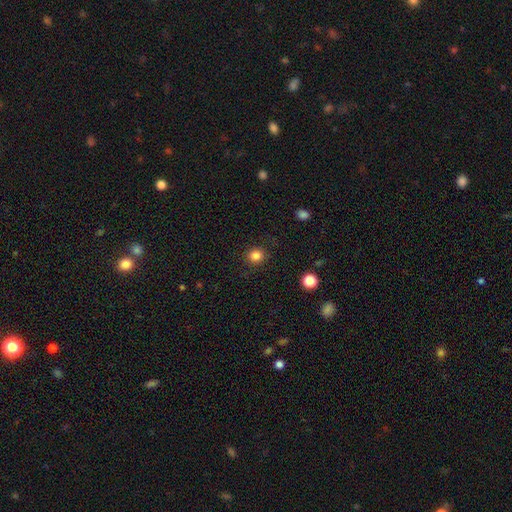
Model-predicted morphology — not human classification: Smooth or featured?
  - smooth: 84% *
  - star or artifact: 12%
  - featured or disk: 4%
How rounded?
  - round: 86% *
  - in between: 13%
  - cigar-shaped: 1%
Merging?
  - none: 88% *
  - minor disturbance: 8%
  - major disturbance: 3%
  - merger: 1%